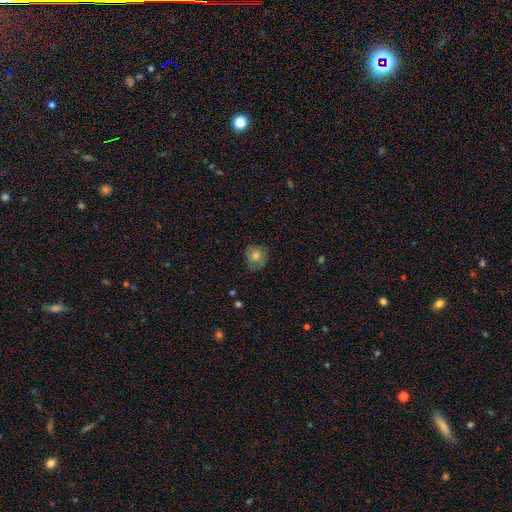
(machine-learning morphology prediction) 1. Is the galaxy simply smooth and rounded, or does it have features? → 70% smooth, 20% featured or disk, 10% star or artifact.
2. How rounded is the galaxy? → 71% round, 28% in between, 1% cigar-shaped.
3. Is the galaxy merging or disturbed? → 67% none, 24% minor disturbance, 7% major disturbance, 1% merger.